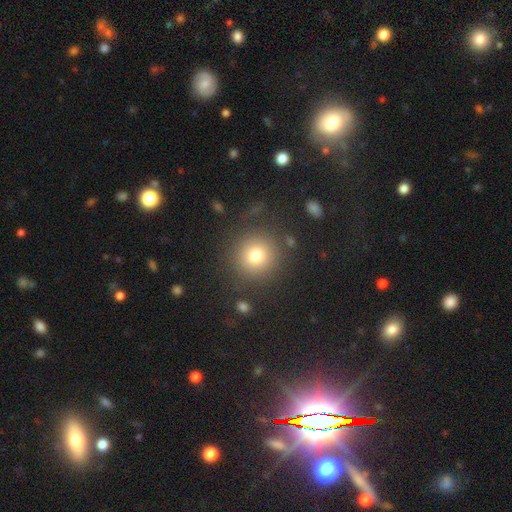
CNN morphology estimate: This appears to be a smooth galaxy with no disk features (76%) that is round (93%). Merging: none (84%).